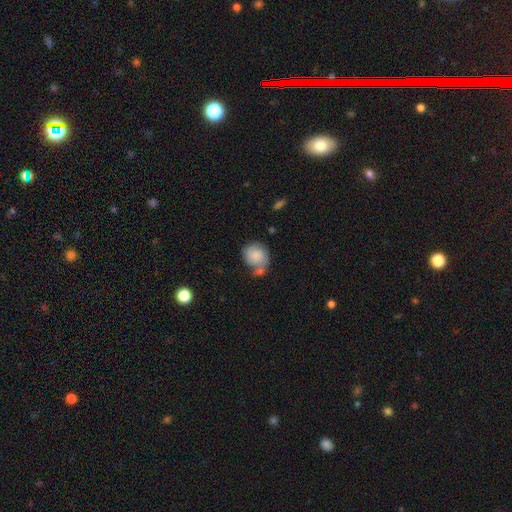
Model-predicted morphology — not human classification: Q: Smooth or featured?
A: smooth (79%); runner-up: featured or disk (14%)
Q: How rounded?
A: round (73%); runner-up: in between (26%)
Q: Merging?
A: none (40%); runner-up: merger (29%)